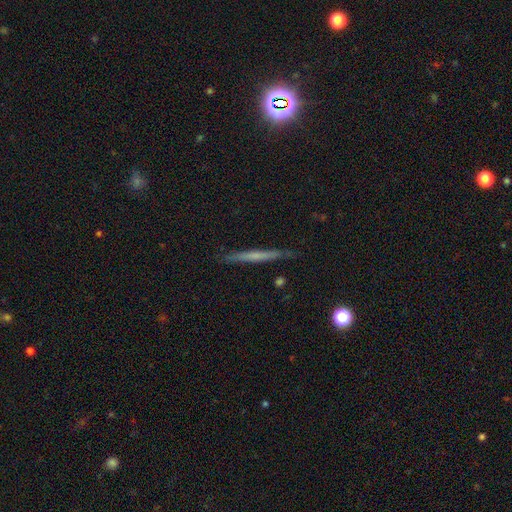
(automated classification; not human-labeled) Q: Smooth or featured?
A: featured or disk (48%); runner-up: smooth (45%)
Q: Merging?
A: none (89%); runner-up: minor disturbance (8%)